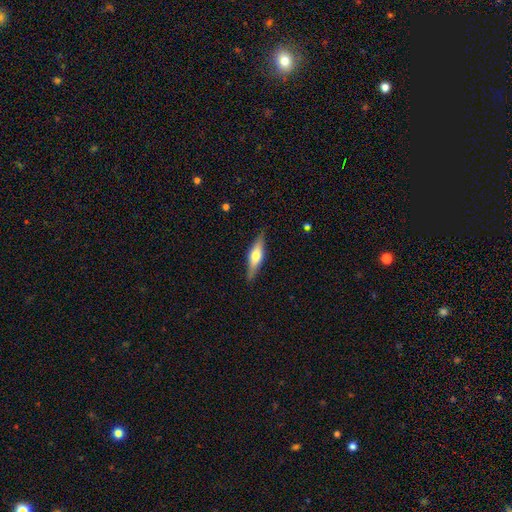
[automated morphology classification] featured or disk 55%, smooth 39%, star or artifact 6%. Down the decision tree: edge-on disk — yes (93%); edge-on bulge — rounded (89%); merging — none (87%).